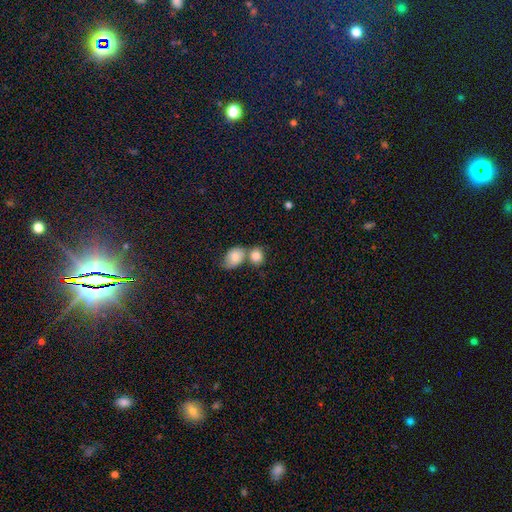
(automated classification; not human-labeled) smooth_or_featured: smooth (p=0.84) [alt: featured or disk p=0.08]
how_rounded: round (p=0.62) [alt: in between p=0.36]
merging: merger (p=0.49) [alt: none p=0.39]